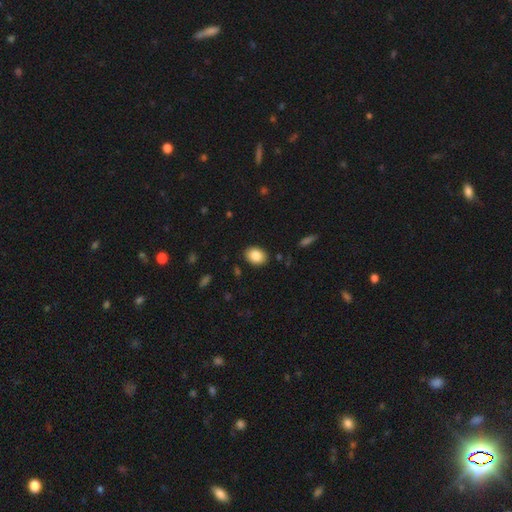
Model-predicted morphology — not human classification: smooth_or_featured: smooth (p=0.86) [alt: star or artifact p=0.08]
how_rounded: in between (p=0.69) [alt: round p=0.30]
merging: none (p=0.88) [alt: minor disturbance p=0.08]